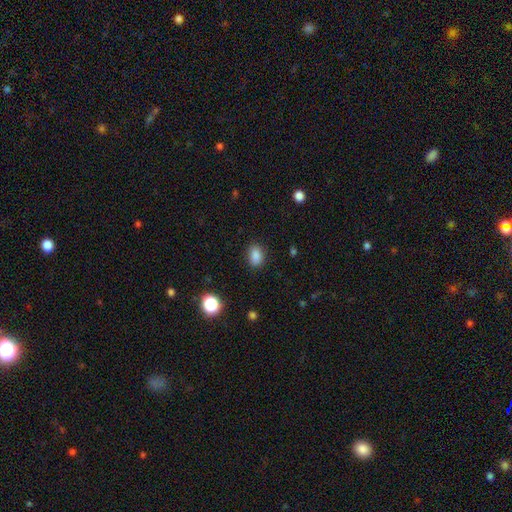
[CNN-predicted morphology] This appears to be a smooth galaxy with no disk features (86%) that is in between round and cigar-shaped (78%). Merging: none (85%).